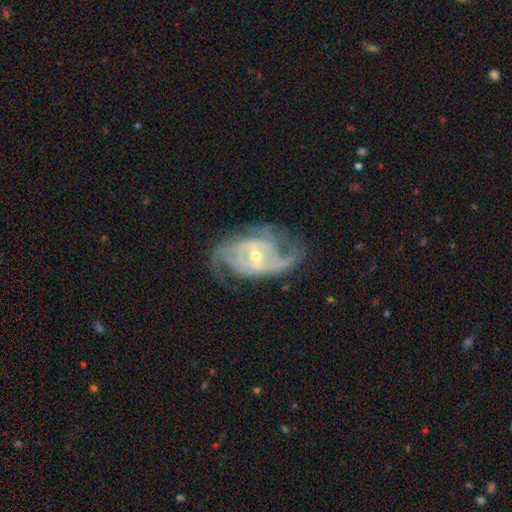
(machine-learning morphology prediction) featured or disk 89%, star or artifact 5%, smooth 5%. Down the decision tree: edge-on disk — no (96%); bar — weak (42%); spiral arms — yes (96%); spiral arm count — 2 (42%); spiral winding — medium (47%); bulge size — small (57%); merging — none (65%).